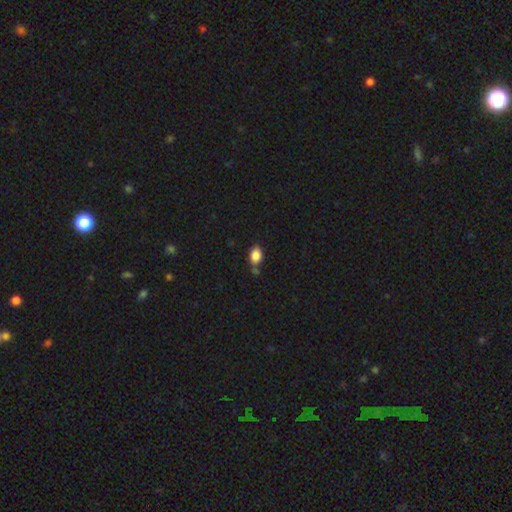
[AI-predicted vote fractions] A smooth galaxy with no disk features (86%) that is in between round and cigar-shaped (78%).

Vote fractions:
- Smooth or featured? smooth: 86% / star or artifact: 9% / featured or disk: 5%
- How rounded? in between: 78% / round: 20% / cigar-shaped: 1%
- Merging? none: 66% / minor disturbance: 19% / merger: 11% / major disturbance: 4%